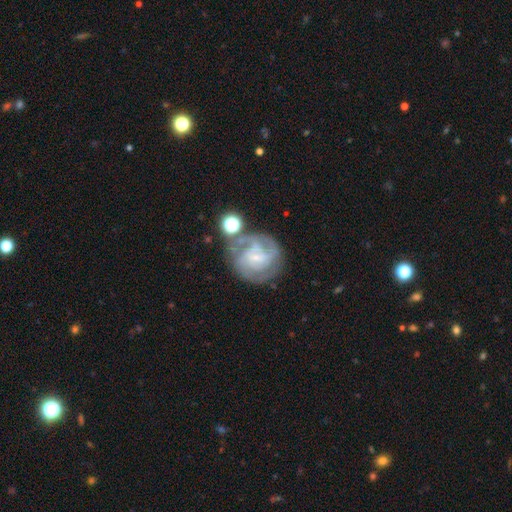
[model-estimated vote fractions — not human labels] Smooth or featured? Predicted: featured or disk (p=0.75). Edge-on disk? Predicted: no (p=0.98). Bar? Predicted: weak (p=0.46). Spiral arms? Predicted: yes (p=0.90). Spiral winding? Predicted: tight (p=0.53). Spiral arm count? Predicted: can't tell (p=0.34). Bulge size? Predicted: small (p=0.64). Merging? Predicted: none (p=0.58).